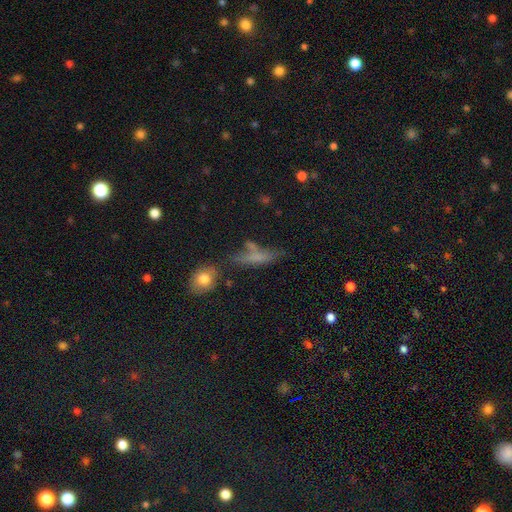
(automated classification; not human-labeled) smooth_or_featured: smooth (p=0.61) [alt: featured or disk p=0.25]
how_rounded: cigar-shaped (p=0.68) [alt: in between p=0.27]
merging: none (p=0.54) [alt: minor disturbance p=0.19]